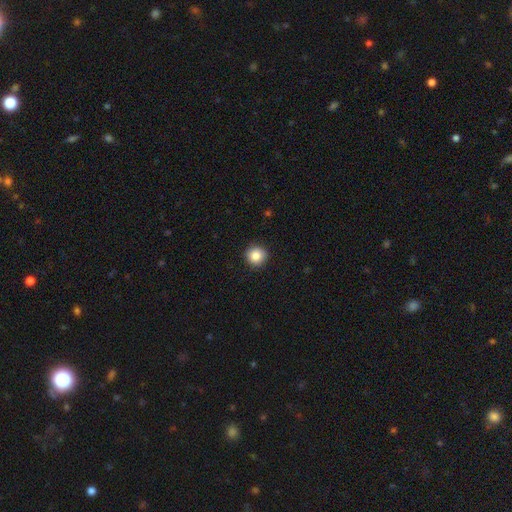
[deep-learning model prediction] A smooth galaxy with no disk features (85%) that is round (94%).

Vote fractions:
- Smooth or featured? smooth: 85% / star or artifact: 10% / featured or disk: 5%
- How rounded? round: 94% / in between: 5% / cigar-shaped: 1%
- Merging? none: 91% / minor disturbance: 6% / major disturbance: 2% / merger: 1%